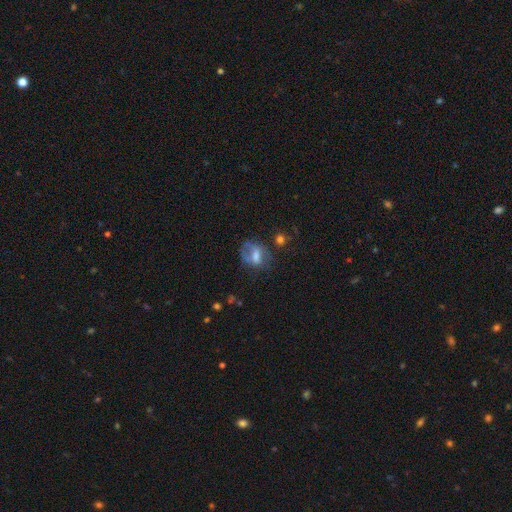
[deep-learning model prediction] Smooth or featured? smooth (50%)
Merging? none (42%)